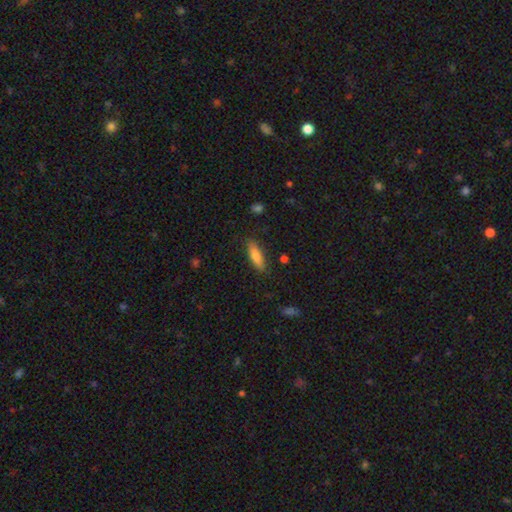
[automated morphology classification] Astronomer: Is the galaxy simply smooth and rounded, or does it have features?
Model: smooth — 79%.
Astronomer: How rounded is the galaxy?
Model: cigar-shaped — 56% (runner-up: in between, 42%).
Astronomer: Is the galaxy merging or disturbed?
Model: none — 85%.